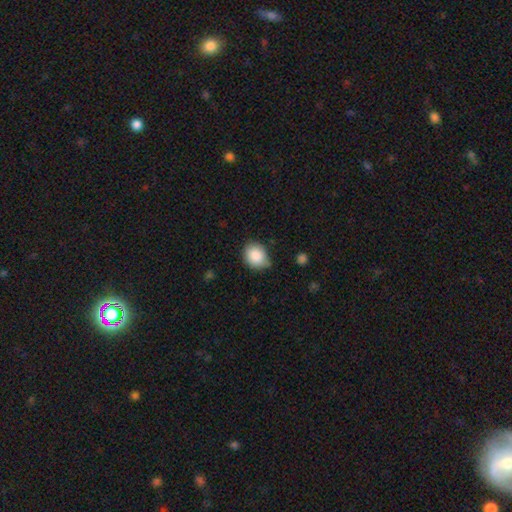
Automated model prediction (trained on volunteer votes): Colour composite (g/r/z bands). It shows a smooth galaxy with no disk features (87%) that is round (62%). Merging: none (69%).